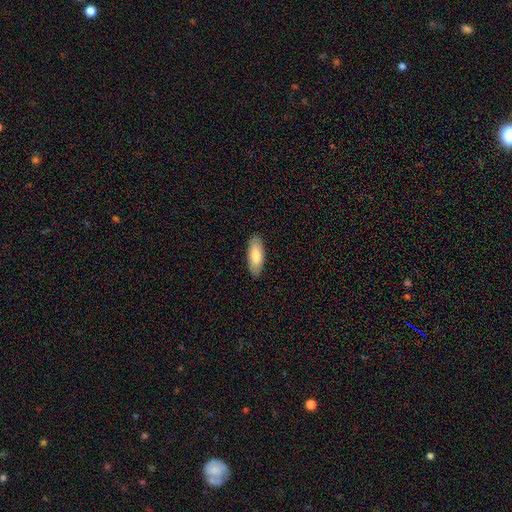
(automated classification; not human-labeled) Smooth or featured? smooth (78%)
How rounded? in between (73%)
Merging? none (88%)